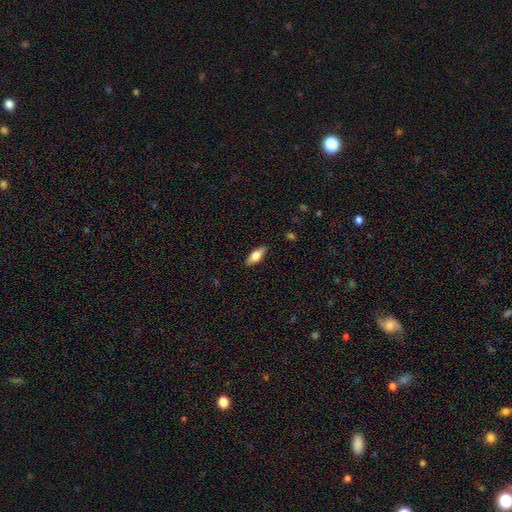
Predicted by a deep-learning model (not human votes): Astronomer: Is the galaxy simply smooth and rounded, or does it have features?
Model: smooth — 71%.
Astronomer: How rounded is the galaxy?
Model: in between — 78%.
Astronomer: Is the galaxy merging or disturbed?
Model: none — 88%.